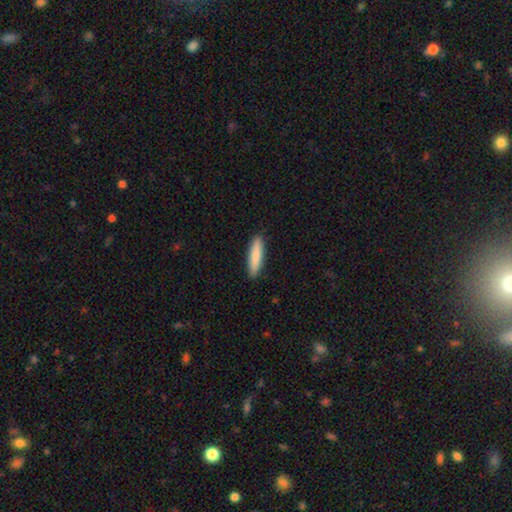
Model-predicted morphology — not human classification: This is clearly a smooth galaxy (86%). How rounded: clearly cigar-shaped (81%). Merging: clearly none (90%).